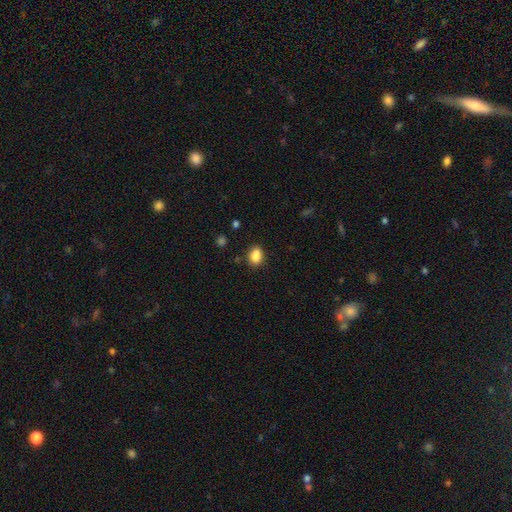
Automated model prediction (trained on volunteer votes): Smooth or featured? smooth (87%)
How rounded? in between (76%)
Merging? none (82%)